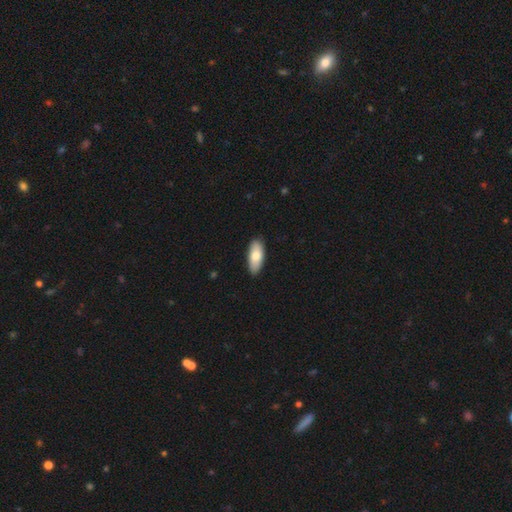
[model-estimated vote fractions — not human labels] Smooth or featured: smooth — 78% (featured or disk — 17%)
How rounded: in between — 84% (cigar-shaped — 14%)
Merging: none — 88% (minor disturbance — 10%)